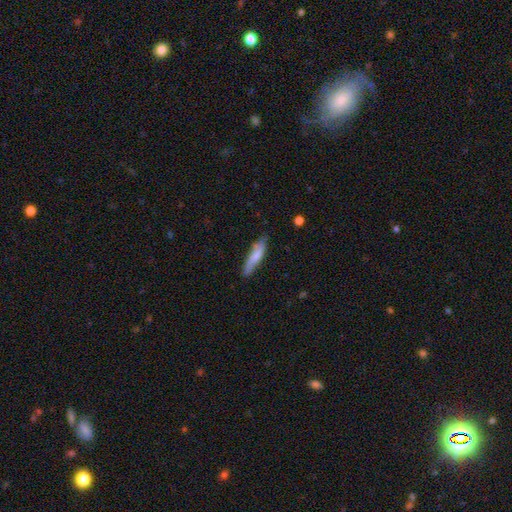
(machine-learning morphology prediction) smooth_or_featured: smooth (p=0.70) [alt: featured or disk p=0.24]
how_rounded: cigar-shaped (p=0.77) [alt: in between p=0.21]
merging: none (p=0.74) [alt: minor disturbance p=0.21]